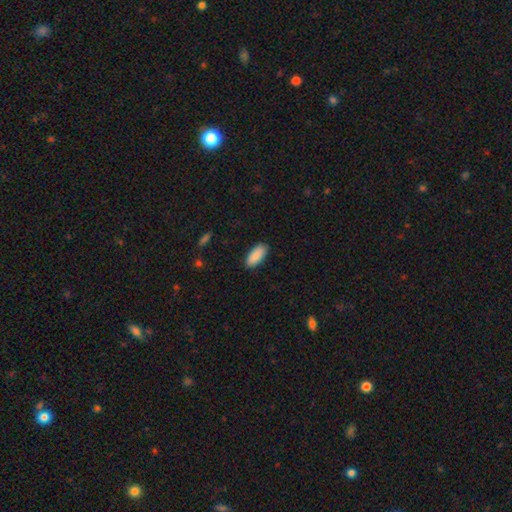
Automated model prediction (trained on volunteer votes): This appears to be a smooth galaxy with no disk features (90%) that is in between round and cigar-shaped (88%). Merging: none (88%).